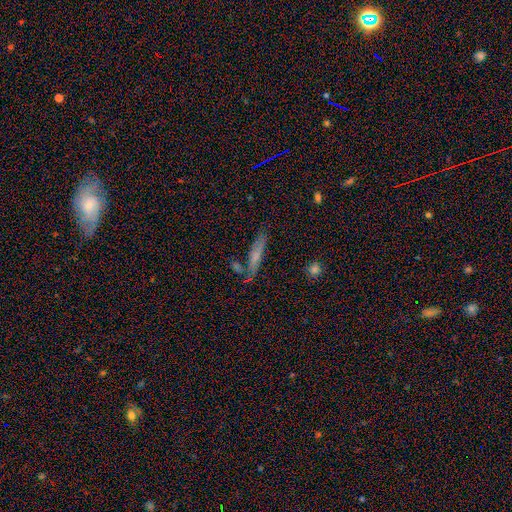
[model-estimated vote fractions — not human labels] Smooth or featured: smooth — 54% (featured or disk — 35%)
How rounded: cigar-shaped — 84% (in between — 14%)
Merging: none — 72% (minor disturbance — 16%)